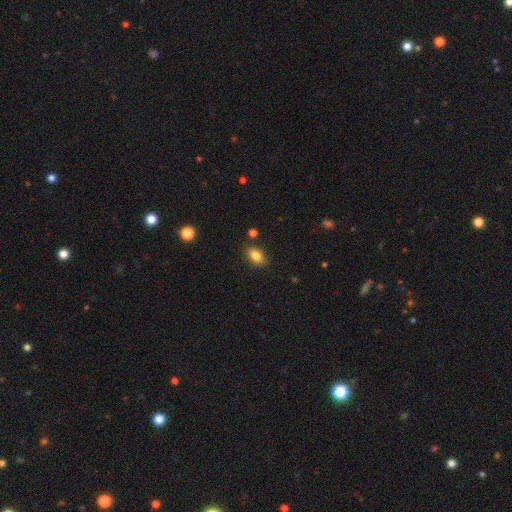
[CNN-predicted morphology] A smooth galaxy with no disk features (83%) that is in between round and cigar-shaped (85%). Merging: none (83%).